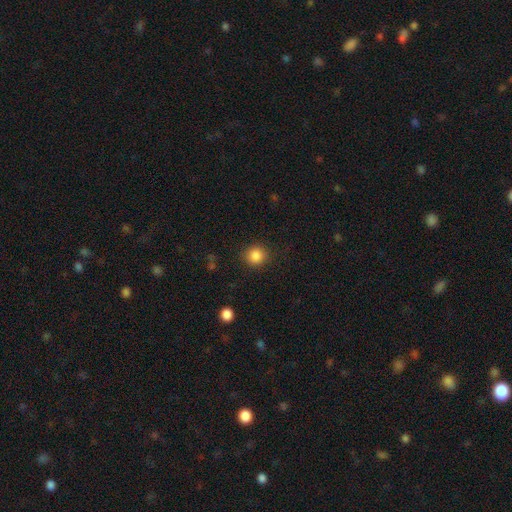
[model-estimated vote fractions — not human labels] This appears to be a smooth galaxy with no disk features (86%) that is round (91%). Merging: none (88%).